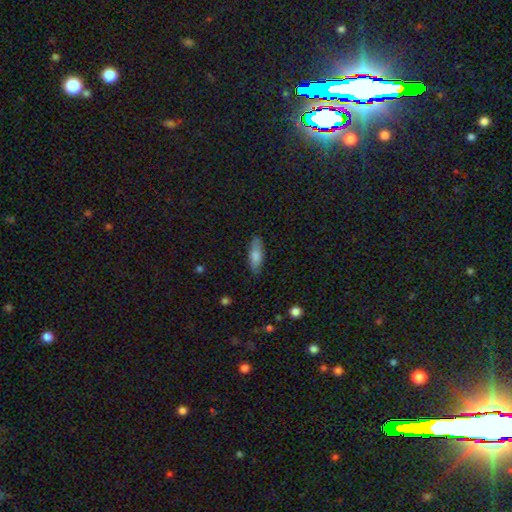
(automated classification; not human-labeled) Smooth or featured? Predicted: smooth (p=0.78). How rounded? Predicted: in between (p=0.59). Merging? Predicted: none (p=0.83).